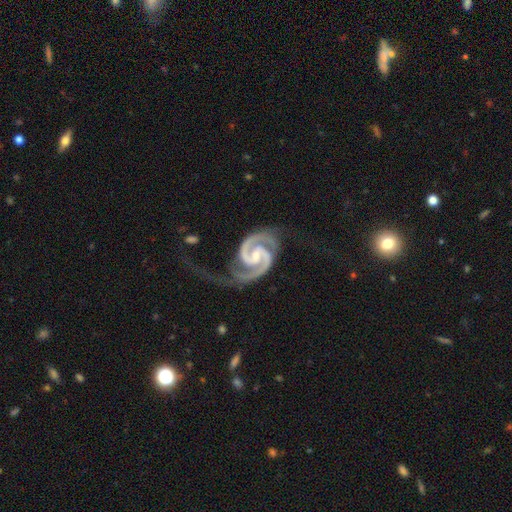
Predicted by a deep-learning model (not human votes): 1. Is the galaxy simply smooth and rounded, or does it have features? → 95% featured or disk, 3% star or artifact, 2% smooth.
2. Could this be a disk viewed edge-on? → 99% no, 1% yes.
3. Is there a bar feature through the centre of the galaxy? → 46% weak, 31% no, 24% strong.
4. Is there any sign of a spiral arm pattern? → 99% yes, 1% no.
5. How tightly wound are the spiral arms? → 51% medium, 40% tight, 9% loose.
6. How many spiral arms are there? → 93% 2, 2% 3, 1% can't tell, 1% 1, 1% 4, 1% more than 4.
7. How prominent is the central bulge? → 49% small, 43% moderate, 6% none, 2% large, 1% dominant.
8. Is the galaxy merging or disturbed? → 49% none, 25% major disturbance, 23% minor disturbance, 3% merger.